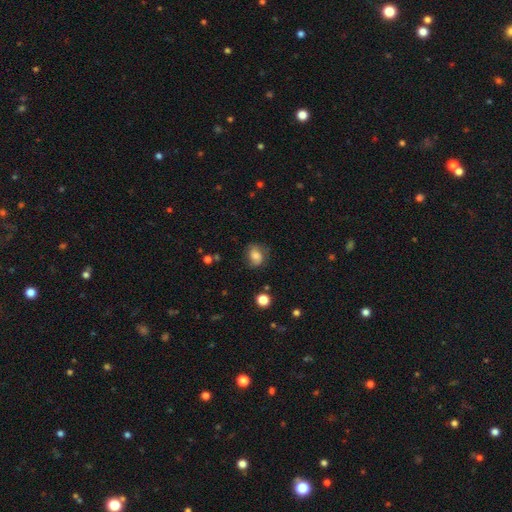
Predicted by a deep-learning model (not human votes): Smooth or featured: smooth — 67% (featured or disk — 22%)
How rounded: in between — 51% (round — 48%)
Merging: none — 64% (minor disturbance — 24%)